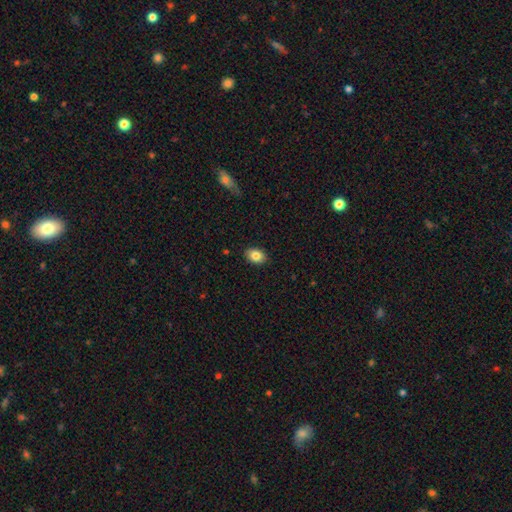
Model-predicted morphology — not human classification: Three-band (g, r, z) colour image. It shows a smooth galaxy with no disk features (84%) that is in between round and cigar-shaped (77%). Merging: none (89%).